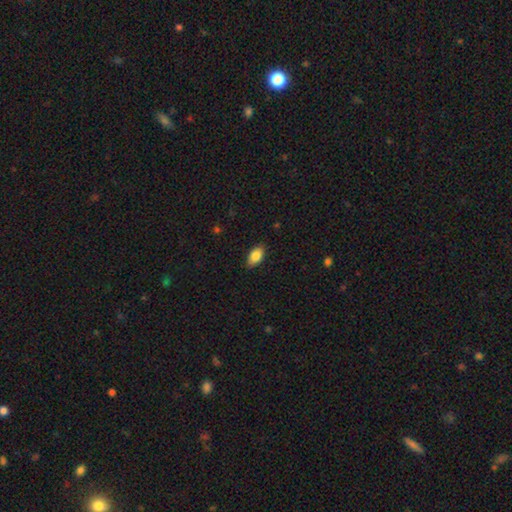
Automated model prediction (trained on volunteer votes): This is clearly a smooth galaxy (84%). How rounded: clearly in between (91%). Merging: clearly none (84%).